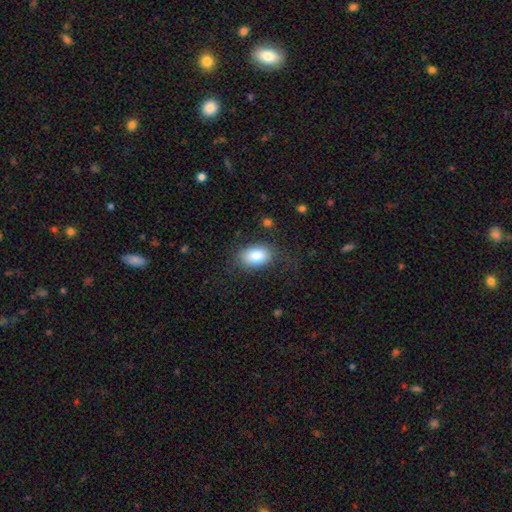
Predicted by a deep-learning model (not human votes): Smooth or featured? smooth (83%)
How rounded? in between (85%)
Merging? none (77%)